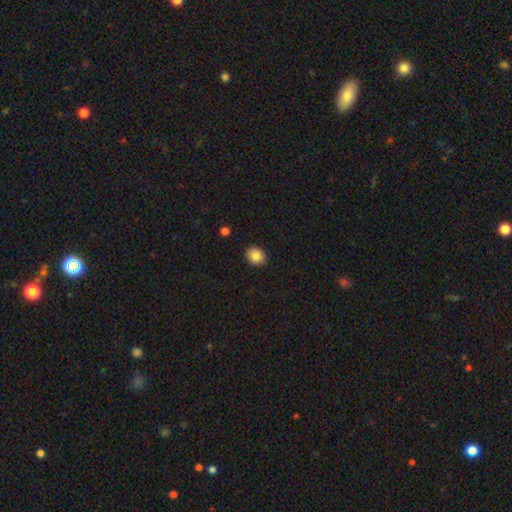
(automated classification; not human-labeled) A smooth galaxy with no disk features (86%) that is round (60%).

Vote fractions:
- Smooth or featured? smooth: 86% / star or artifact: 9% / featured or disk: 6%
- How rounded? round: 60% / in between: 39% / cigar-shaped: 1%
- Merging? none: 89% / minor disturbance: 8% / major disturbance: 2% / merger: 1%